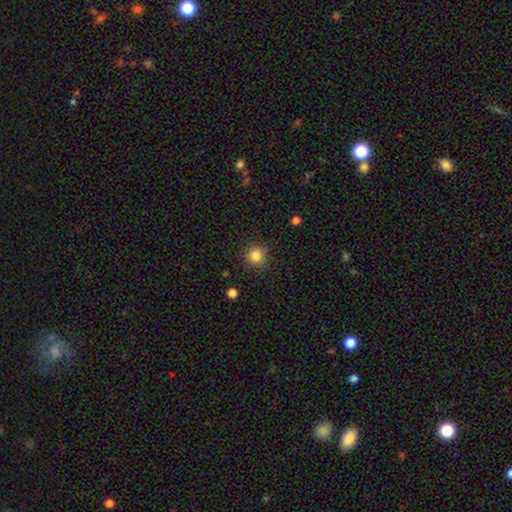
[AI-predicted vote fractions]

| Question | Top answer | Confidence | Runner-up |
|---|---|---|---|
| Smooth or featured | smooth | 84% | star or artifact (11%) |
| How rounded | round | 93% | in between (6%) |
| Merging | none | 87% | minor disturbance (9%) |